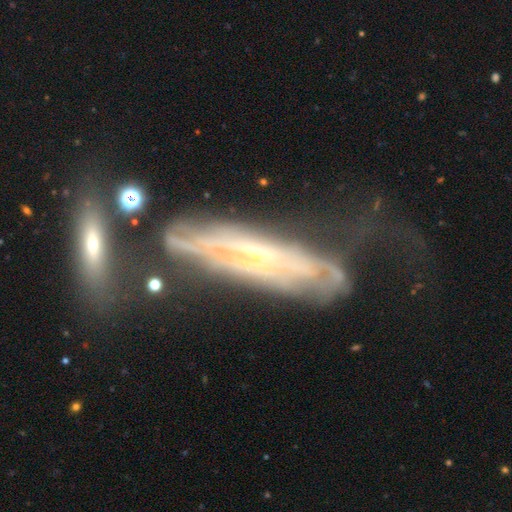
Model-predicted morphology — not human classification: Smooth or featured? featured or disk (76%)
Edge-on disk? no (60%)
Merging? none (36%)